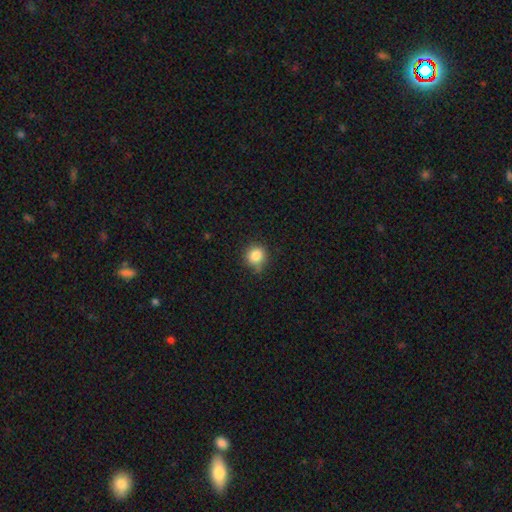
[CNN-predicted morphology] Smooth or featured? Predicted: smooth (p=0.84). How rounded? Predicted: round (p=0.89). Merging? Predicted: none (p=0.73).